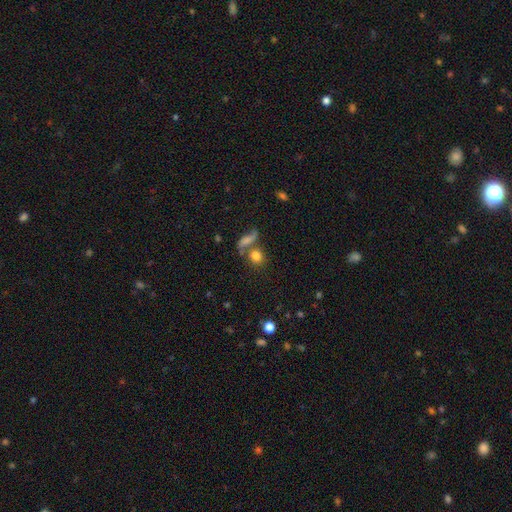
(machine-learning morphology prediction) This appears to be a smooth galaxy with no disk features (78%) that is round (75%). Merging: none (52%).